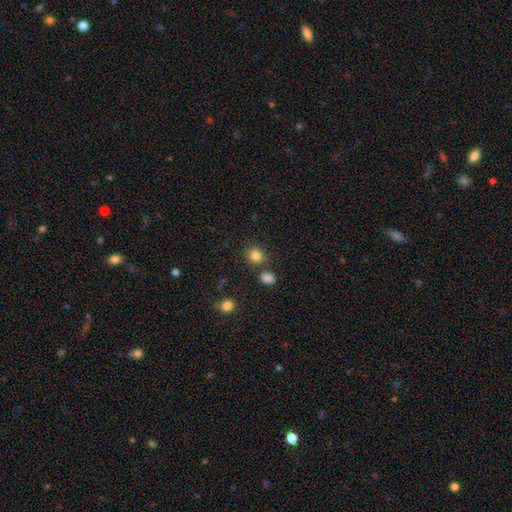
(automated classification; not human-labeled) smooth 83%, star or artifact 12%, featured or disk 5%. Down the decision tree: how rounded — round (74%); merging — none (75%).